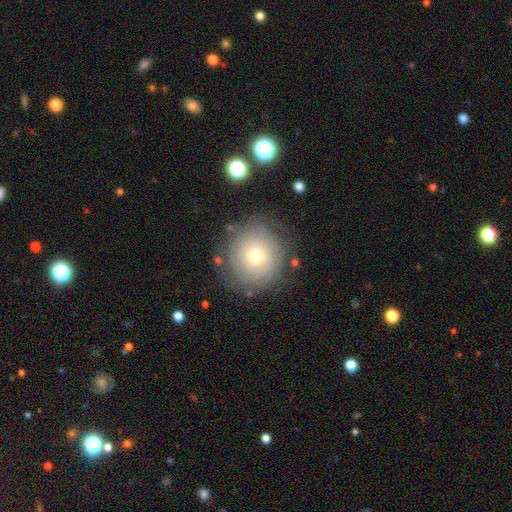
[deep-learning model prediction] This appears to be a smooth galaxy with no disk features (54%) that is round (92%). Merging: none (78%).